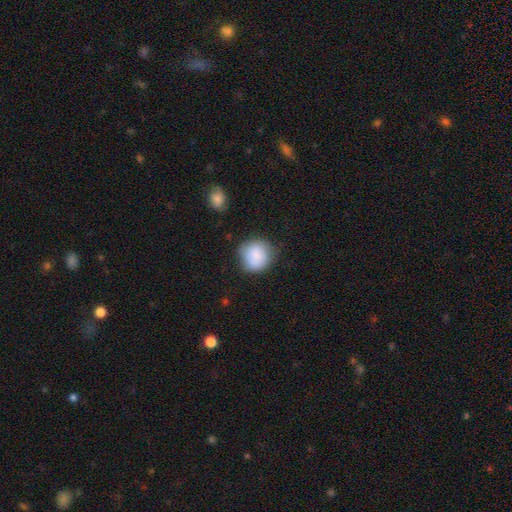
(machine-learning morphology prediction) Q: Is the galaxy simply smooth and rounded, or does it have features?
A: smooth — 83%.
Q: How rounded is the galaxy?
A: round — 88%.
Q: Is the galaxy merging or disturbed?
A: none — 71%.